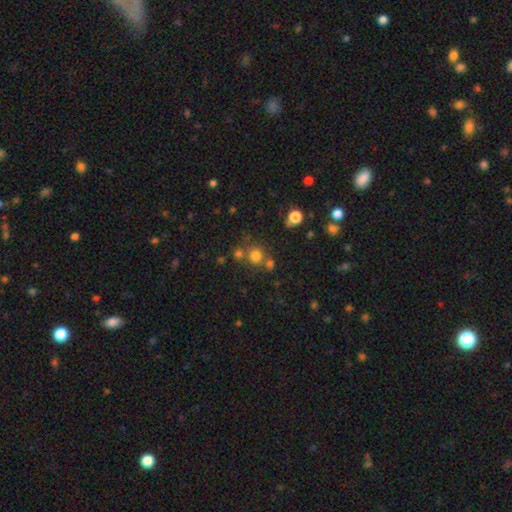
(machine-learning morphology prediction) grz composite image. It shows a smooth galaxy with no disk features (73%) that is round (90%). Merging: none (68%).